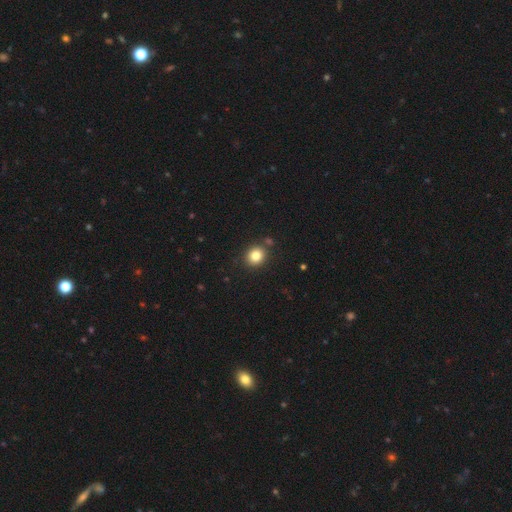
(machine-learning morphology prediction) A smooth galaxy with no disk features (82%) that is round (75%). Merging: none (84%).